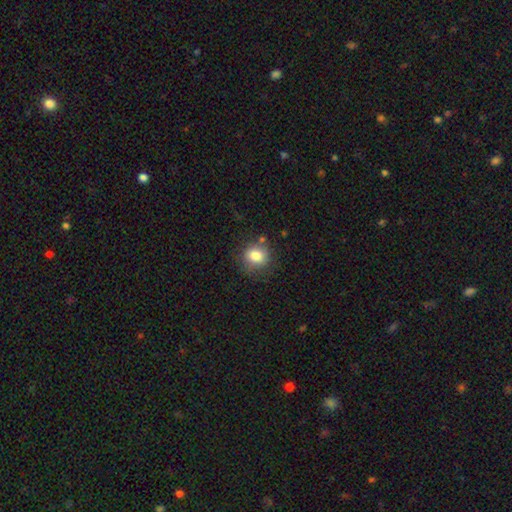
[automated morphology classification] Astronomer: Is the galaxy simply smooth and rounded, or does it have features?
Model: smooth — 82%.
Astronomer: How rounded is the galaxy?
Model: round — 79%.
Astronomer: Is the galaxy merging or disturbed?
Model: none — 75%.